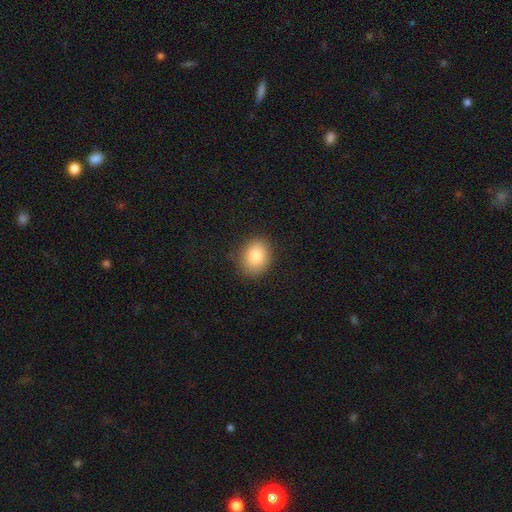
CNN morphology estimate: The model was most divided on "how rounded": in between: 50%, round: 49%, cigar-shaped: 1%. More confident: merging — none (85%); smooth or featured — smooth (84%).